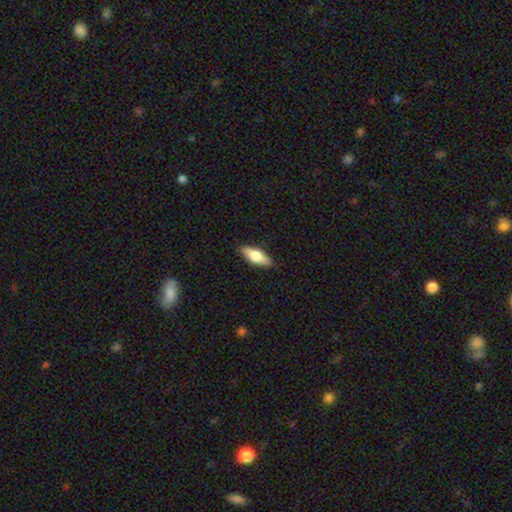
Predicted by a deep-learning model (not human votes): smooth 65%, featured or disk 29%, star or artifact 6%. Down the decision tree: how rounded — in between (68%); merging — none (88%).